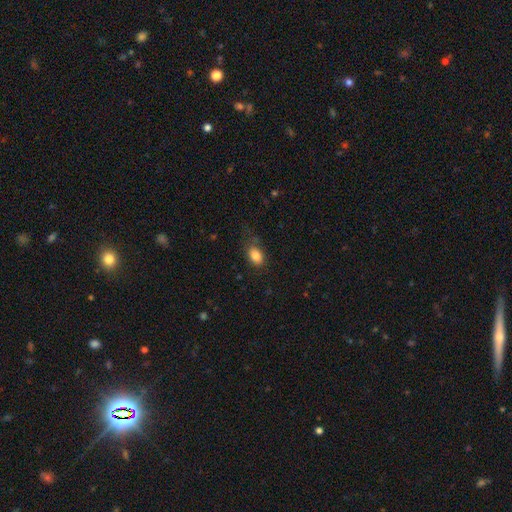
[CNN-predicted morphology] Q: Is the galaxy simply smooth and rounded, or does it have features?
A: smooth — 84%.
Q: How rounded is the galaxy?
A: in between — 81%.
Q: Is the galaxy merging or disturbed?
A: none — 71%.